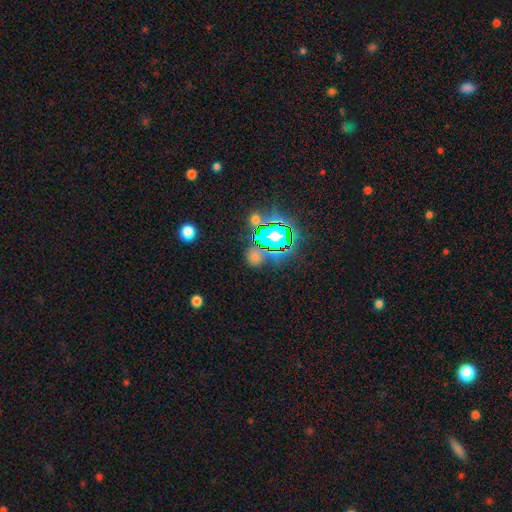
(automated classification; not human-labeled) This appears to be a star or artifact, not a galaxy (50%).